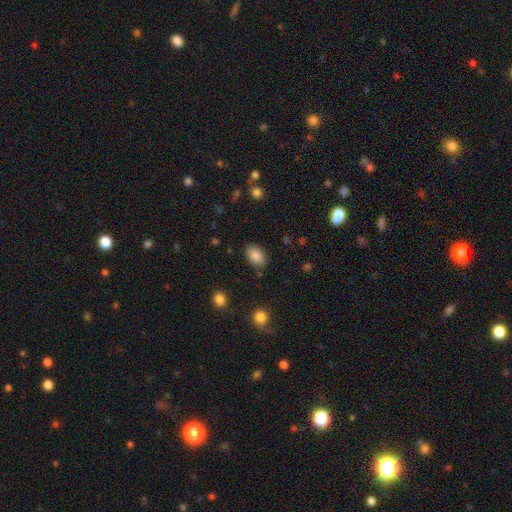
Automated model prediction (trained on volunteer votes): Smooth or featured? smooth (86%)
How rounded? in between (83%)
Merging? none (83%)